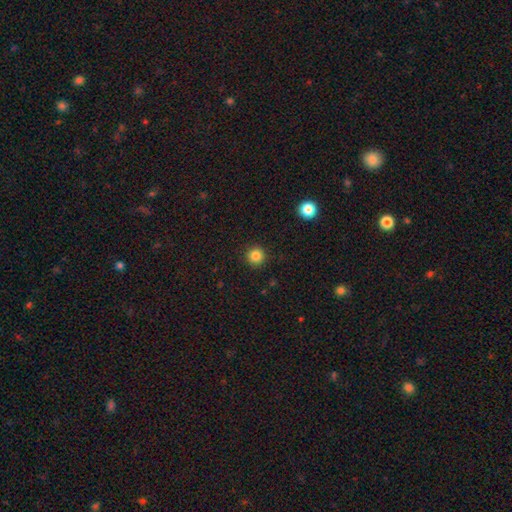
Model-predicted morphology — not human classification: Smooth or featured: smooth — 84% (star or artifact — 12%)
How rounded: round — 96% (in between — 4%)
Merging: none — 92% (minor disturbance — 5%)